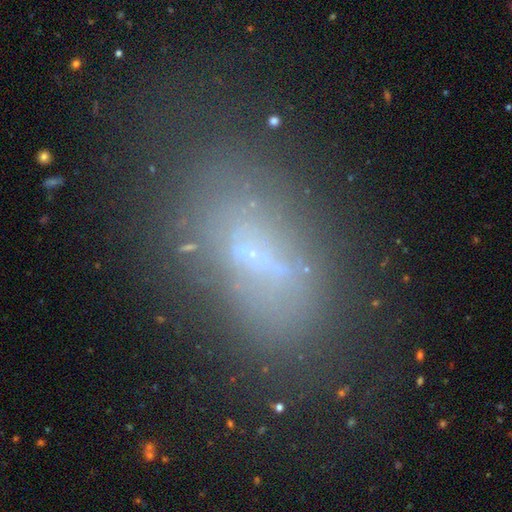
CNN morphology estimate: This appears to be a smooth galaxy with no disk features (44%). Merging: none (57%).